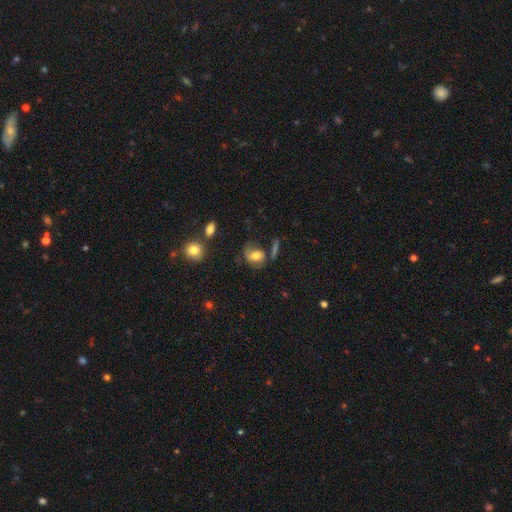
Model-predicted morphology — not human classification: Smooth or featured? Predicted: smooth (p=0.57). How rounded? Predicted: in between (p=0.60). Merging? Predicted: none (p=0.49).